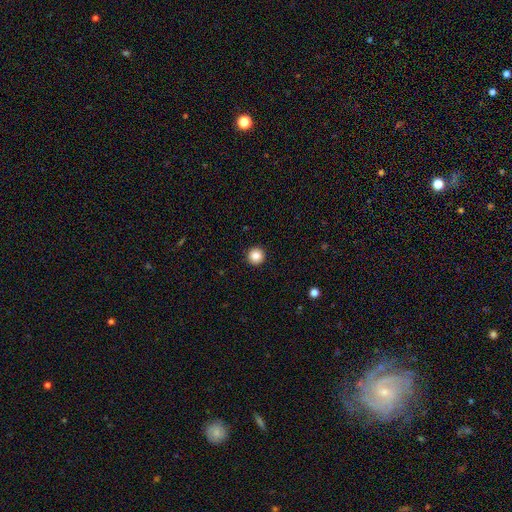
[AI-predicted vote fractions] Smooth or featured? smooth (85%)
How rounded? round (96%)
Merging? none (94%)